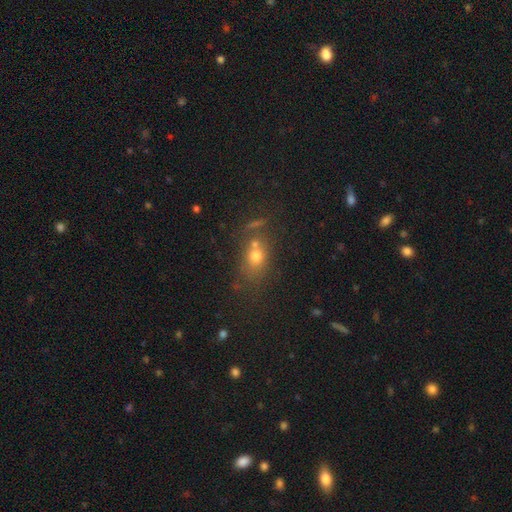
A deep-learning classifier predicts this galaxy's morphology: The model was most divided on "how rounded": in between: 51%, round: 46%, cigar-shaped: 3%. Remaining: smooth or featured — smooth (66%); merging — none (47%).